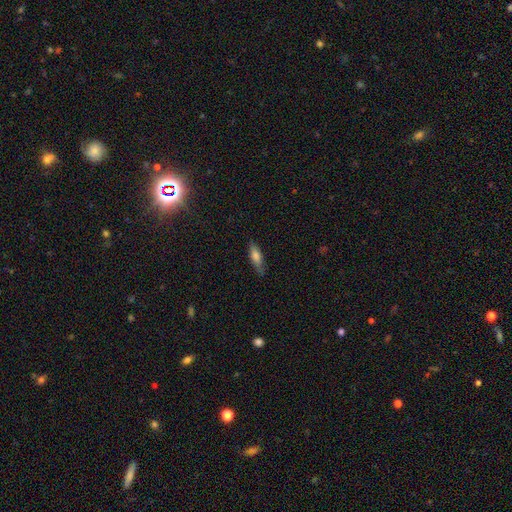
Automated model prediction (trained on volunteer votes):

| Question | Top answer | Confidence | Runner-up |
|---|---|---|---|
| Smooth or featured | smooth | 71% | featured or disk (21%) |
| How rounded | cigar-shaped | 51% | in between (47%) |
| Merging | none | 74% | minor disturbance (21%) |